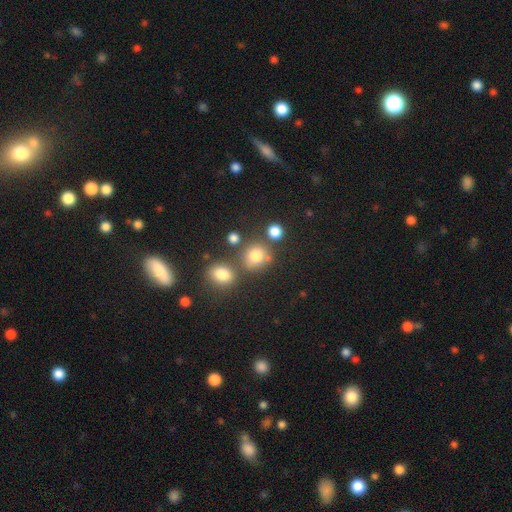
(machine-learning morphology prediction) smooth 76%, star or artifact 15%, featured or disk 9%. Down the decision tree: how rounded — round (78%); merging — none (62%).